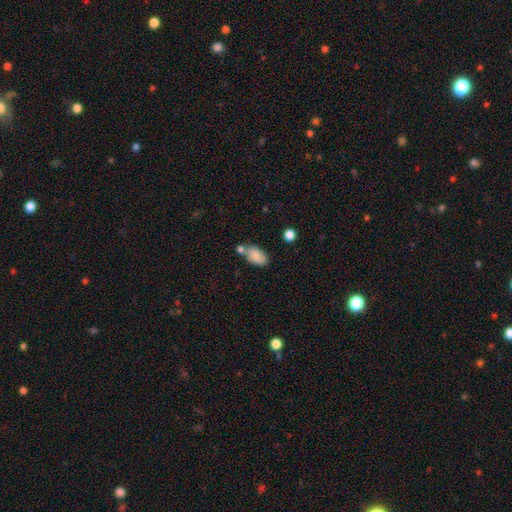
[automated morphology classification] A smooth galaxy with no disk features (83%) that is in between round and cigar-shaped (93%). Merging: none (56%).